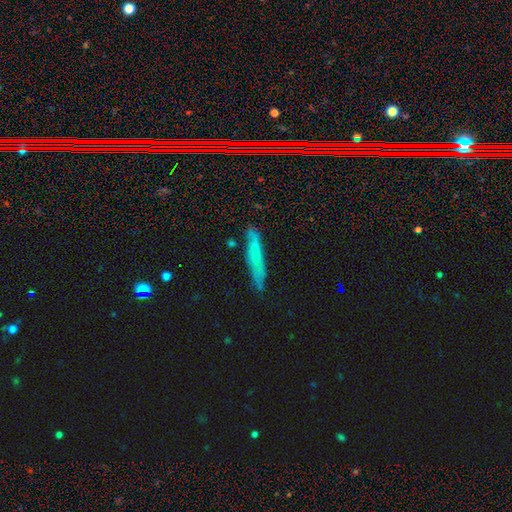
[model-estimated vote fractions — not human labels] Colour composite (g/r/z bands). It shows a smooth galaxy with no disk features (56%) that is cigar-shaped (85%). Merging: none (77%).